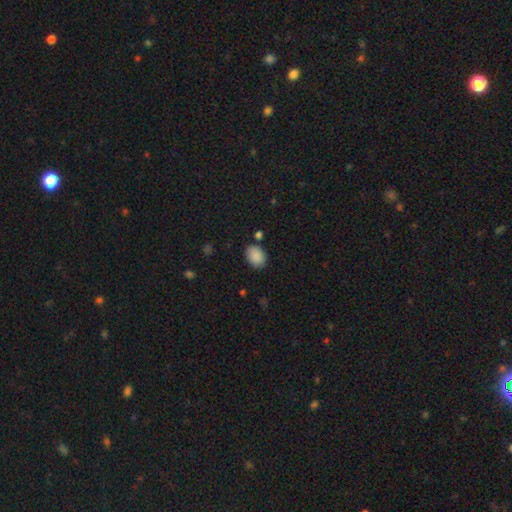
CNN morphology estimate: smooth 89%, star or artifact 7%, featured or disk 4%. Down the decision tree: how rounded — in between (77%); merging — none (81%).